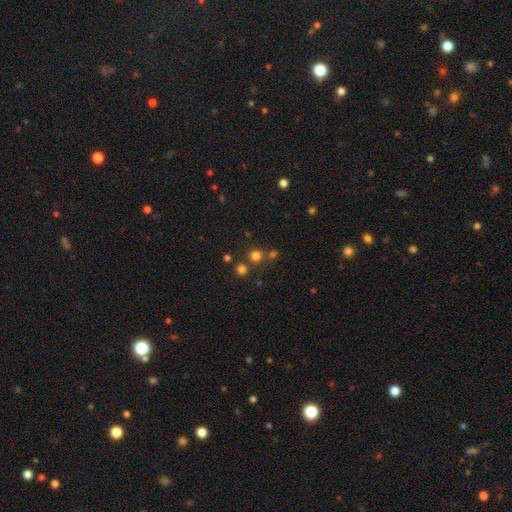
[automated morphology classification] Smooth or featured? smooth (72%)
How rounded? round (92%)
Merging? none (74%)